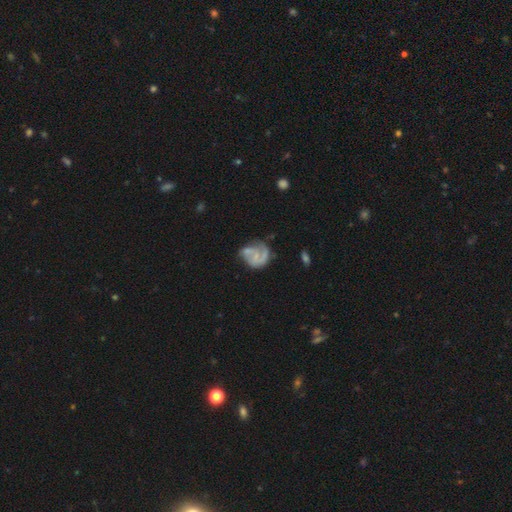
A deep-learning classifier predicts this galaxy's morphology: featured or disk 65%, smooth 27%, star or artifact 8%. Down the decision tree: edge-on disk — no (98%); bar — no (70%); spiral arms — yes (76%); bulge size — small (43%, tied with none); merging — none (41%).